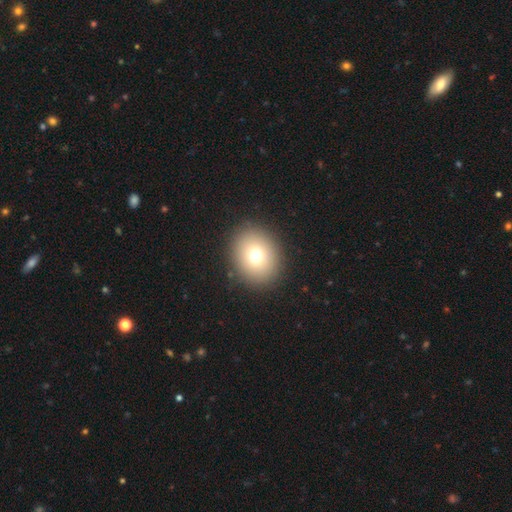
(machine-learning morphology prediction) A smooth galaxy with no disk features (73%) that is round (66%).

Vote fractions:
- Smooth or featured? smooth: 73% / featured or disk: 13% / star or artifact: 13%
- How rounded? round: 66% / in between: 33% / cigar-shaped: 1%
- Merging? none: 89% / minor disturbance: 6% / major disturbance: 3% / merger: 1%